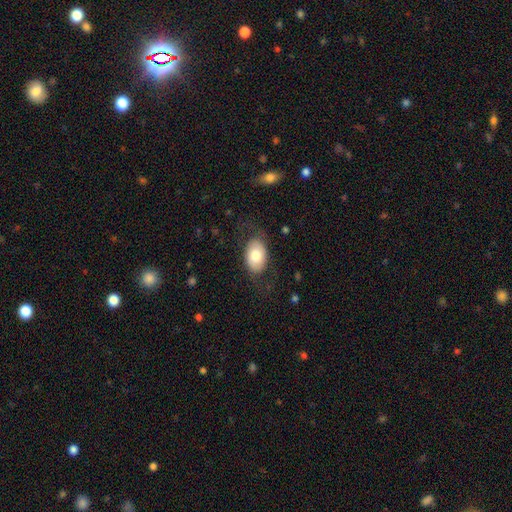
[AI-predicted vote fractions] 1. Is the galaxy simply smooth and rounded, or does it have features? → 72% smooth, 22% featured or disk, 6% star or artifact.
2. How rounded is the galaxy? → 87% in between, 12% round, 1% cigar-shaped.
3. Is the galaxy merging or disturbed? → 74% none, 16% minor disturbance, 10% major disturbance, 1% merger.